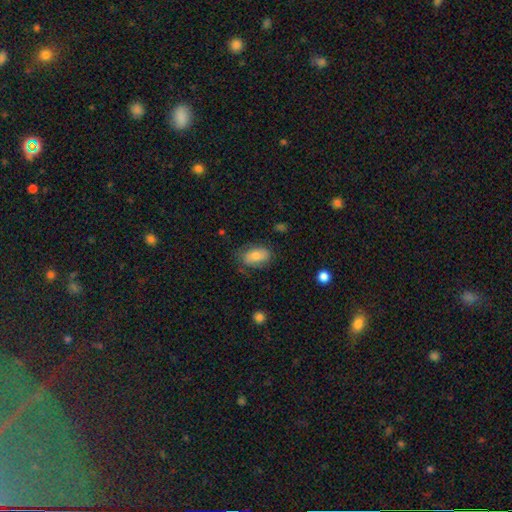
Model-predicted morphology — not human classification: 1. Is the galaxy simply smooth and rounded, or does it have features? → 73% smooth, 18% featured or disk, 8% star or artifact.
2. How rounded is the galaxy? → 89% in between, 8% round, 2% cigar-shaped.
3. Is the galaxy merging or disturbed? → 69% none, 22% minor disturbance, 7% major disturbance, 2% merger.